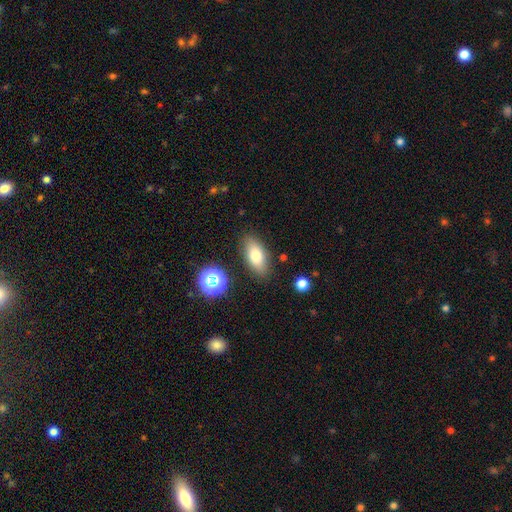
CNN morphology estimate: smooth_or_featured: smooth (p=0.76) [alt: featured or disk p=0.15]
how_rounded: in between (p=0.86) [alt: cigar-shaped p=0.09]
merging: none (p=0.84) [alt: minor disturbance p=0.11]